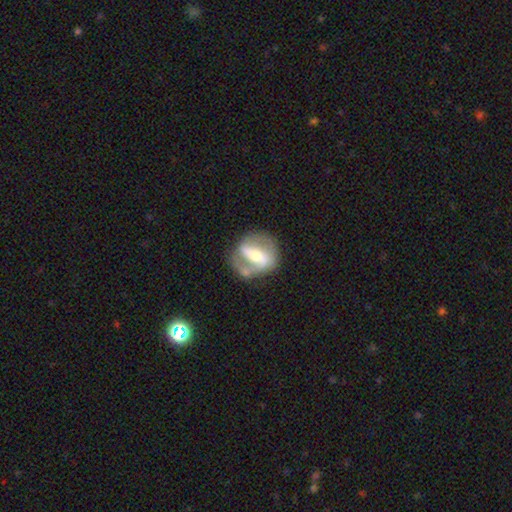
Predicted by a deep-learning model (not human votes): Morphology: type=featured or disk (76%); edge-on=no (94%); bar=strong (59%); spiral arms=yes (75%); winding=medium (43%); arm count=2 (78%); bulge=moderate (48%); merging=none (63%).